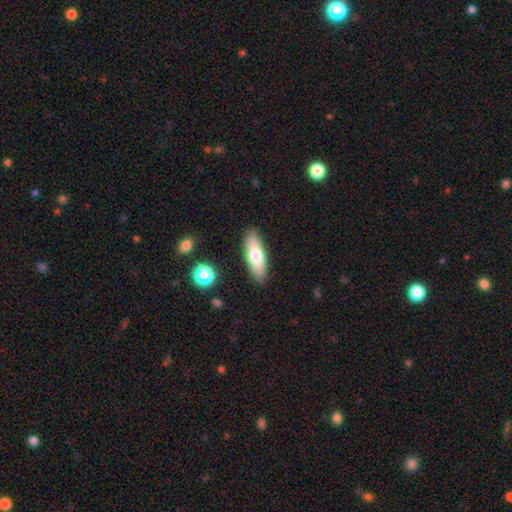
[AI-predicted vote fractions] This is likely a smooth galaxy (69%). How rounded: possibly in between (59%). Merging: clearly none (87%).